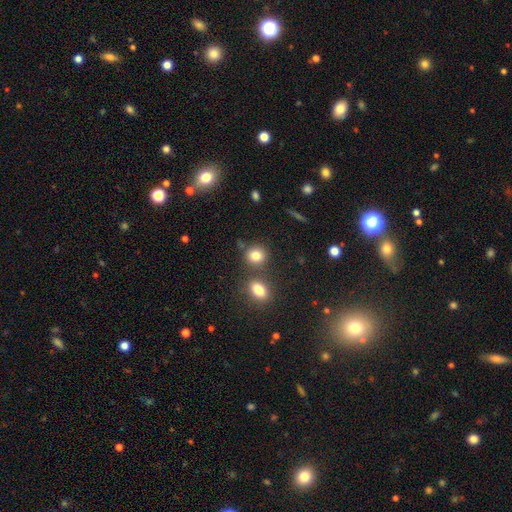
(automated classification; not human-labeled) This appears to be a smooth galaxy with no disk features (82%) that is round (78%). Merging: none (71%).